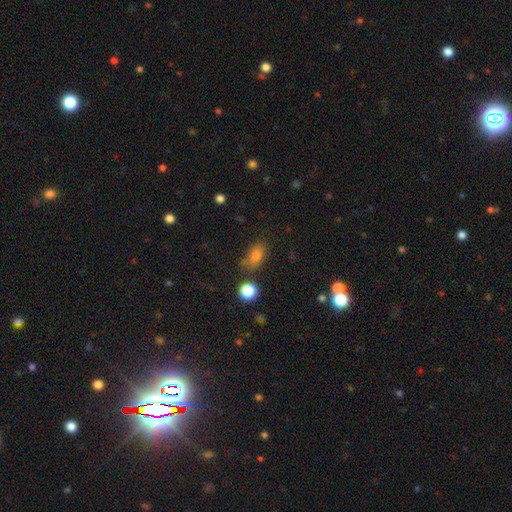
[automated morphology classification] A smooth galaxy with no disk features (75%) that is in between round and cigar-shaped (79%). Merging: none (72%).